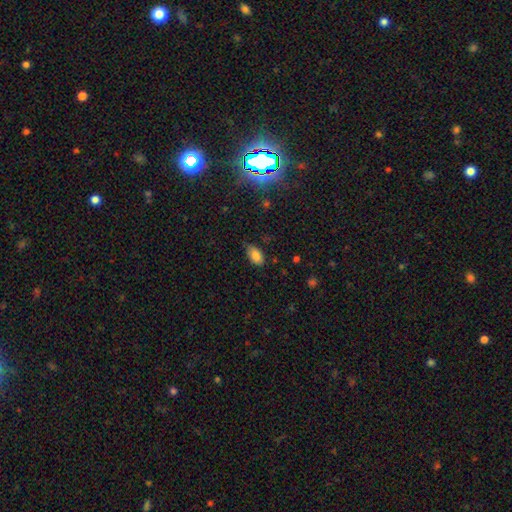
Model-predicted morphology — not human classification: smooth-or-featured: smooth: 84% | star or artifact: 9% | featured or disk: 7%
  how-rounded: in between: 92% | round: 5% | cigar-shaped: 3%
  merging: none: 74% | minor disturbance: 21% | major disturbance: 4% | merger: 1%